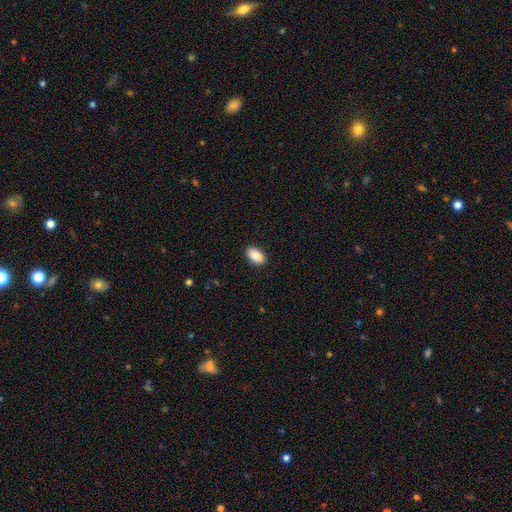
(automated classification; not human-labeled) Overall: smooth (89%). How rounded: in between (94%). Merging: none (90%).